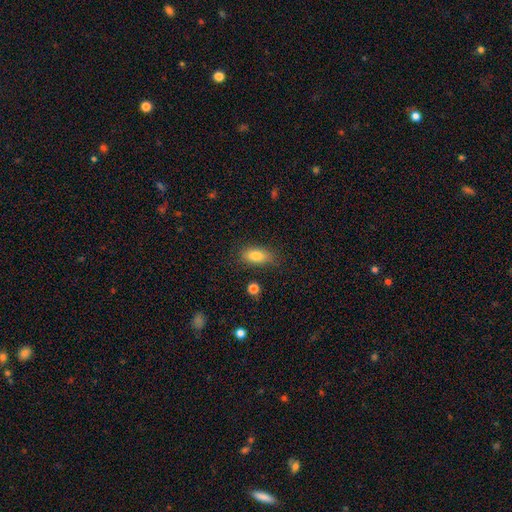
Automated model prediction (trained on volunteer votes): Smooth or featured? Predicted: smooth (p=0.84). How rounded? Predicted: in between (p=0.85). Merging? Predicted: none (p=0.80).